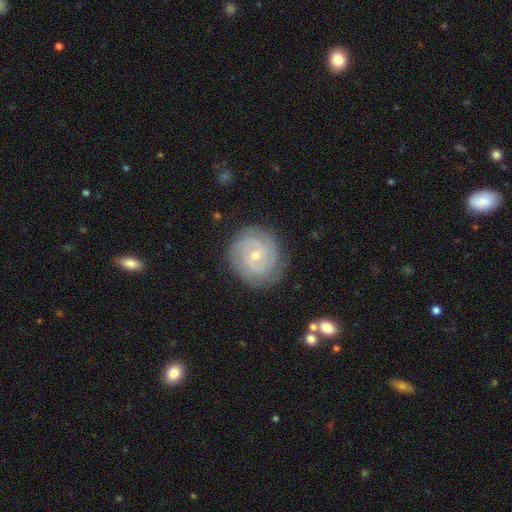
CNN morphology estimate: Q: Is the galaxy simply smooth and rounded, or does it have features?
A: featured or disk — 79%.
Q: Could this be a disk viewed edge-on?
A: no — 98%.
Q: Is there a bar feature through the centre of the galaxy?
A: no — 63%.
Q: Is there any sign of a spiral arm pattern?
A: yes — 94%.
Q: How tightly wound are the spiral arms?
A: tight — 71%.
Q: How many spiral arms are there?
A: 2 — 41%.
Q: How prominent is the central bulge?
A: small — 68%.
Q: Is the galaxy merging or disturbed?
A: none — 84%.